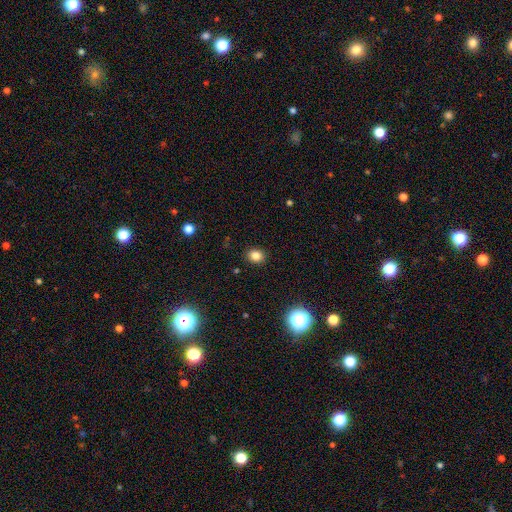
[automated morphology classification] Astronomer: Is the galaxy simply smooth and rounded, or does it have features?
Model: smooth — 82%.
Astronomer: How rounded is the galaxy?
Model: round — 63%.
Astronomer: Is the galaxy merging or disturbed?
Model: none — 90%.